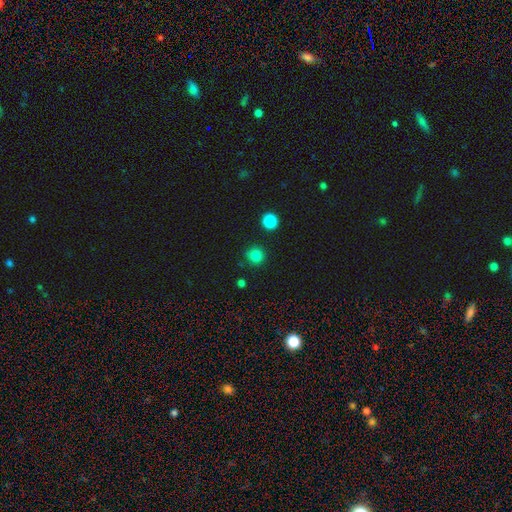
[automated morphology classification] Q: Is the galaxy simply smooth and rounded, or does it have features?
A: smooth — 82%.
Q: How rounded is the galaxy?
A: round — 93%.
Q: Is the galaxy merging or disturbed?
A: none — 88%.